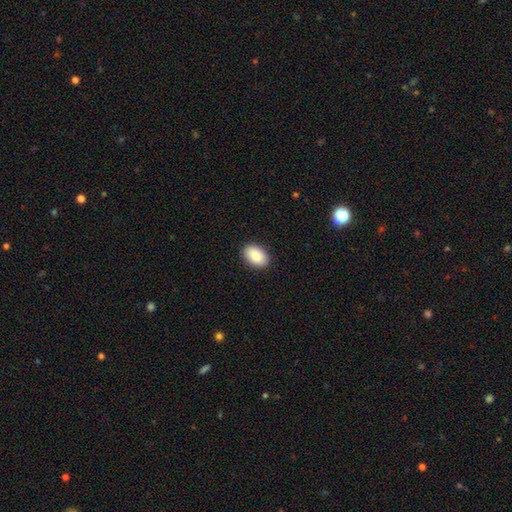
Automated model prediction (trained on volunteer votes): A smooth galaxy with no disk features (89%) that is in between round and cigar-shaped (91%). Merging: none (90%).